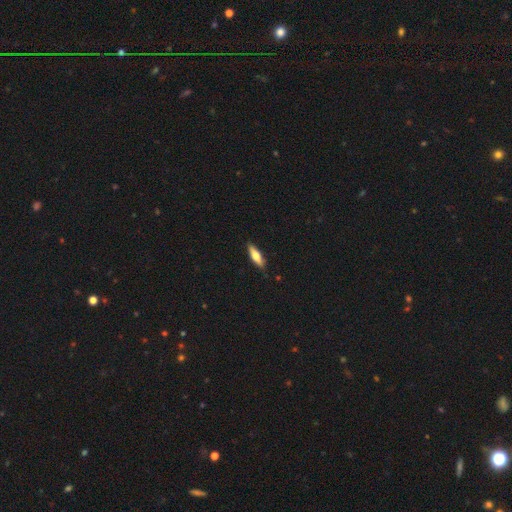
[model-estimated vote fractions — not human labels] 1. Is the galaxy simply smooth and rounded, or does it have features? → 57% smooth, 37% featured or disk, 6% star or artifact.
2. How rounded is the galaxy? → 60% cigar-shaped, 38% in between, 2% round.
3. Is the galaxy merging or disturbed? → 87% none, 10% minor disturbance, 2% major disturbance, 1% merger.